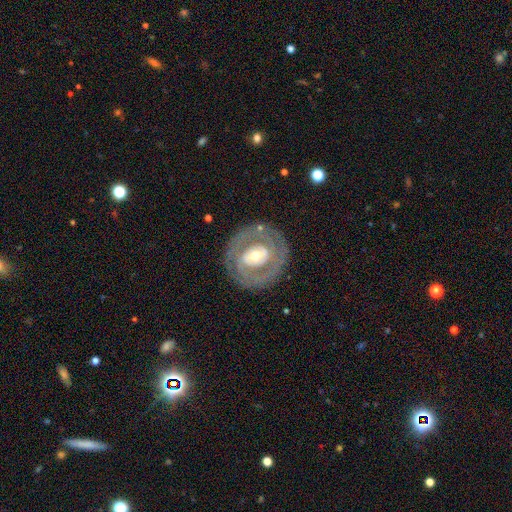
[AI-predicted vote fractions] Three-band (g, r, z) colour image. It shows a featured or disk galaxy (74%) with no bar (52%), spiral arms (54%) and a moderate central bulge (62%). Merging: none (81%).